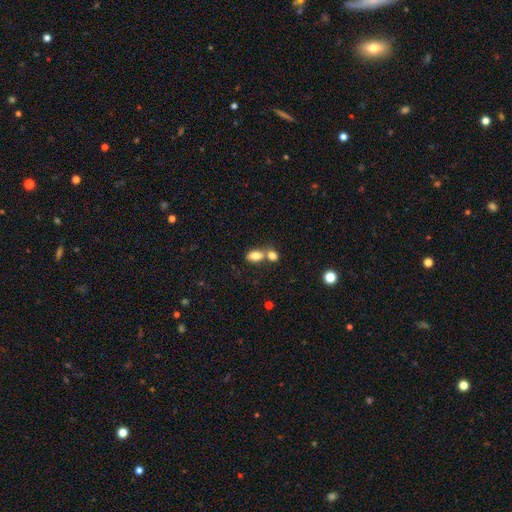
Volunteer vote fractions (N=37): Q: Smooth or featured?
A: smooth (84%); runner-up: featured or disk (11%)
Q: How rounded?
A: in between (77%); runner-up: round (19%)
Q: Merging?
A: merger (63%); runner-up: none (29%)